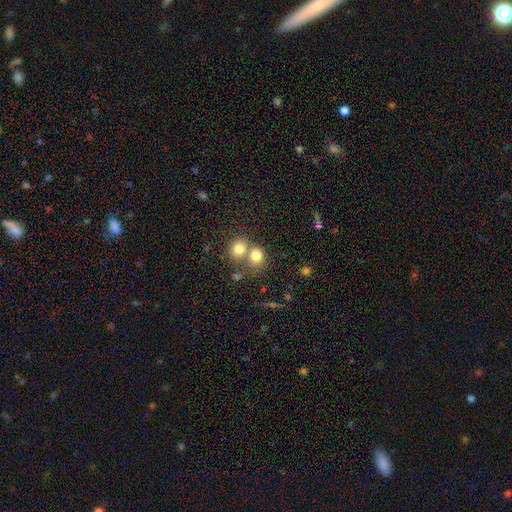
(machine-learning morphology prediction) A smooth galaxy with no disk features (77%) that is round (70%).

Vote fractions:
- Smooth or featured? smooth: 77% / star or artifact: 12% / featured or disk: 11%
- How rounded? round: 70% / in between: 29% / cigar-shaped: 1%
- Merging? merger: 50% / none: 39% / minor disturbance: 7% / major disturbance: 4%